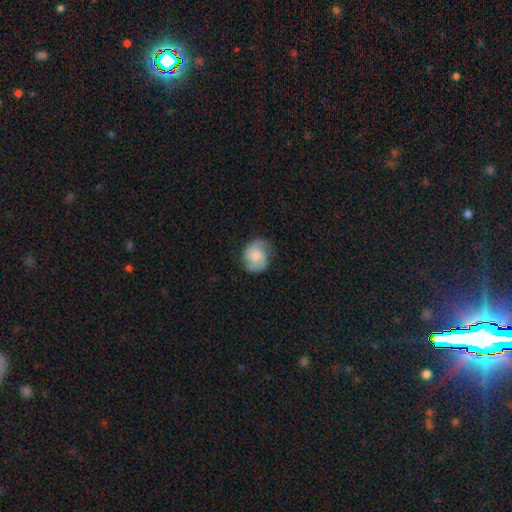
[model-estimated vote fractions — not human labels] A smooth galaxy with no disk features (47%). Merging: none (69%).